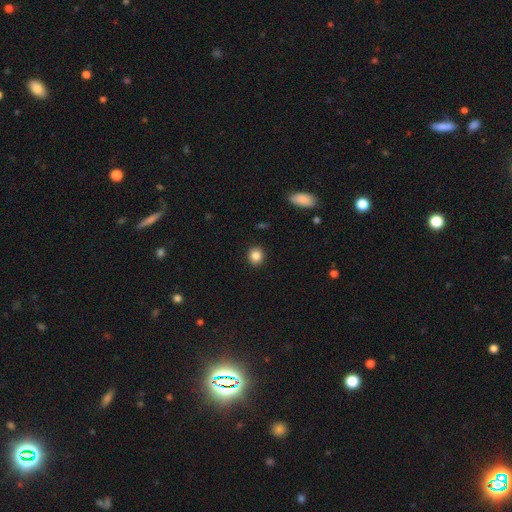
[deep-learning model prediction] A smooth galaxy with no disk features (86%) that is round (73%). Merging: none (91%).